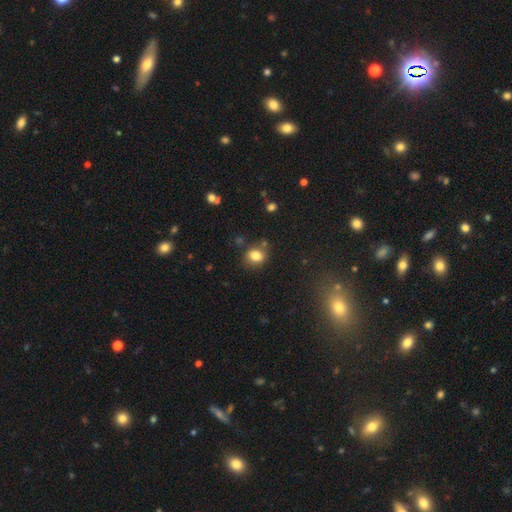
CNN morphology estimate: Smooth or featured: smooth — 82% (star or artifact — 11%)
How rounded: round — 61% (in between — 38%)
Merging: none — 75% (minor disturbance — 14%)